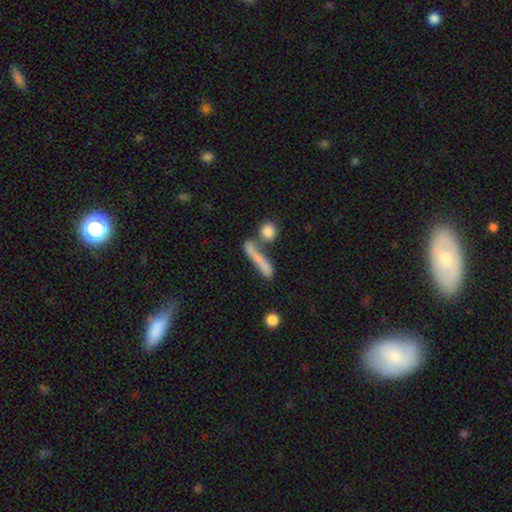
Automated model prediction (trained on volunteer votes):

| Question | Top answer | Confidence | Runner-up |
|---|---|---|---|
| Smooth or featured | smooth | 62% | featured or disk (27%) |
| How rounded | cigar-shaped | 81% | in between (12%) |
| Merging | none | 49% | merger (26%) |